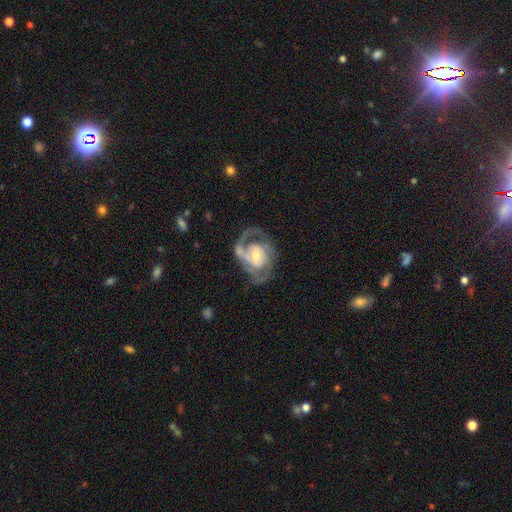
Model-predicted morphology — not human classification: This appears to be a featured or disk galaxy (84%) with no bar (58%), 2 (57%) medium (44%) spiral arms (91%) and a moderate central bulge (55%). Merging: none (56%).